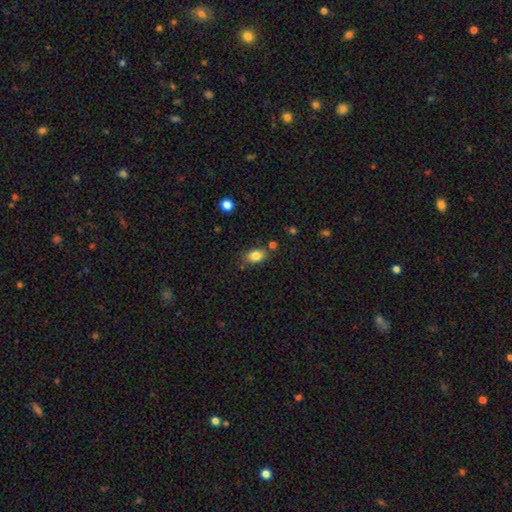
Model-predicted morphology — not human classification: Smooth or featured?
  - smooth: 84% *
  - star or artifact: 9%
  - featured or disk: 8%
How rounded?
  - in between: 83% *
  - round: 15%
  - cigar-shaped: 2%
Merging?
  - none: 73% *
  - minor disturbance: 15%
  - merger: 8%
  - major disturbance: 4%